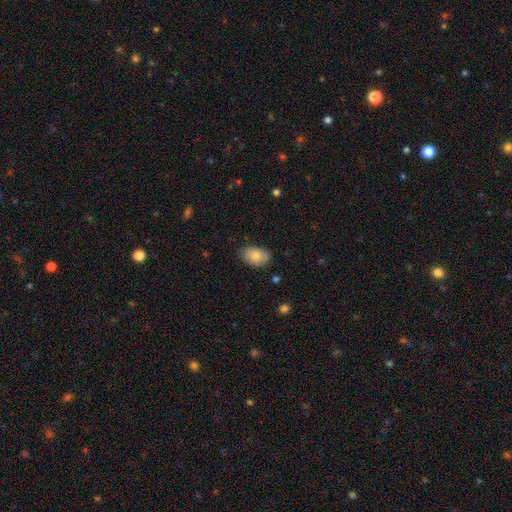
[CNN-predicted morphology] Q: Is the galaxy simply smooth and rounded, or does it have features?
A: smooth — 80%.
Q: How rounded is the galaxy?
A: in between — 87%.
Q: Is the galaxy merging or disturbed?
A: none — 76%.